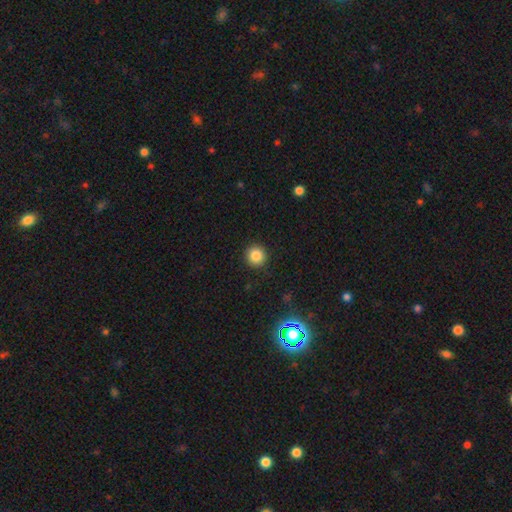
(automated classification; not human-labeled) A smooth galaxy with no disk features (84%) that is round (95%). Merging: none (92%).